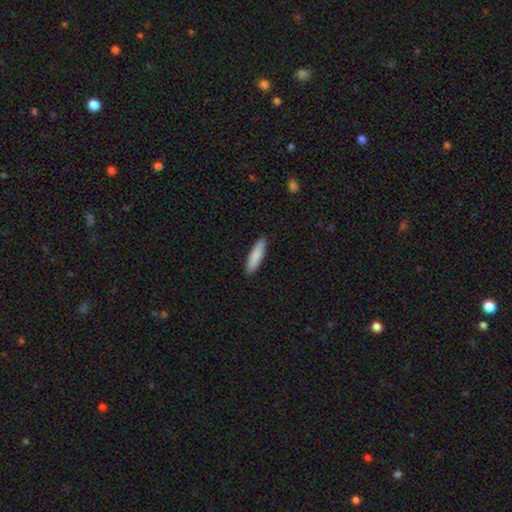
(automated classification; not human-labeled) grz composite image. It shows a smooth galaxy with no disk features (86%) that is cigar-shaped (69%). Merging: none (89%).